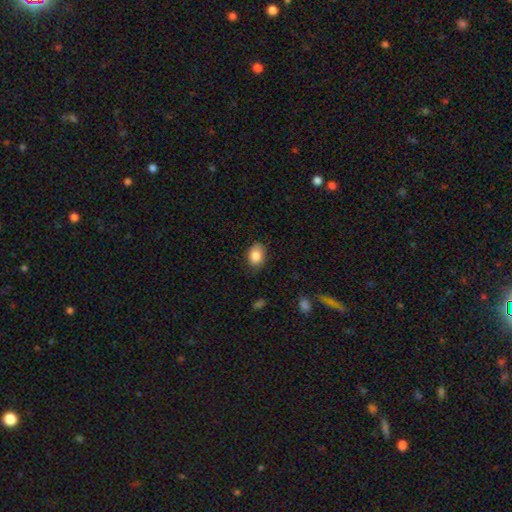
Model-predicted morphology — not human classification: The model was most divided on "how rounded": in between: 70%, round: 29%, cigar-shaped: 1%. More confident: smooth or featured — smooth (86%); merging — none (79%).